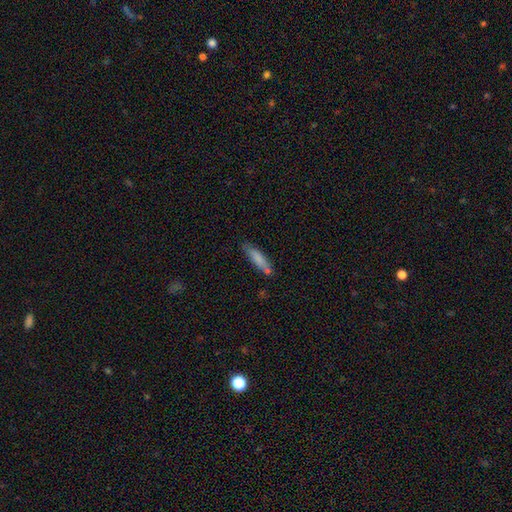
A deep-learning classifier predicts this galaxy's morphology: smooth 75%, featured or disk 17%, star or artifact 8%. Down the decision tree: how rounded — cigar-shaped (83%); merging — none (78%).